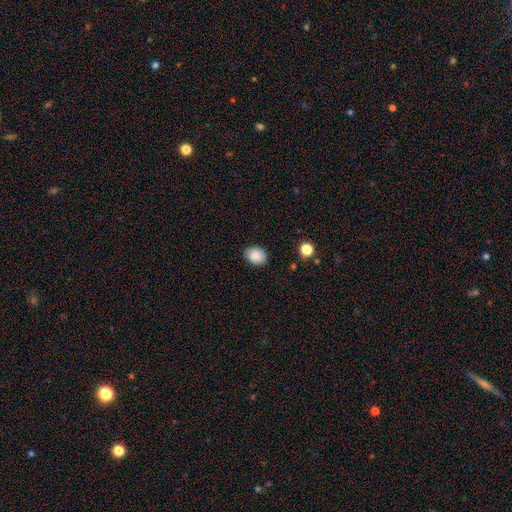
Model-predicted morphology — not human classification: This is clearly a smooth galaxy (87%). How rounded: possibly in between (56%). Merging: clearly none (85%).